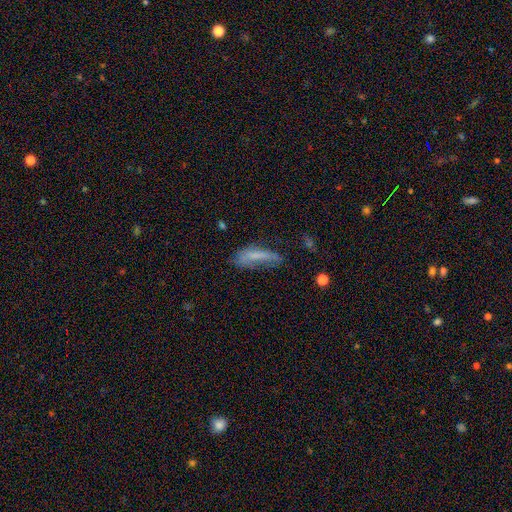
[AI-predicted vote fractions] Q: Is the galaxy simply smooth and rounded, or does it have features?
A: smooth — 62%.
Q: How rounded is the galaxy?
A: cigar-shaped — 53%.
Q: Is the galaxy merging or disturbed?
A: none — 34%.